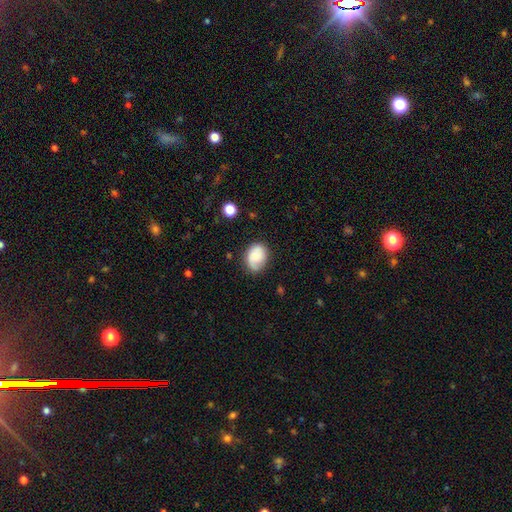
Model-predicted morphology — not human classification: smooth 74%, featured or disk 18%, star or artifact 8%. Down the decision tree: how rounded — in between (65%); merging — none (67%).